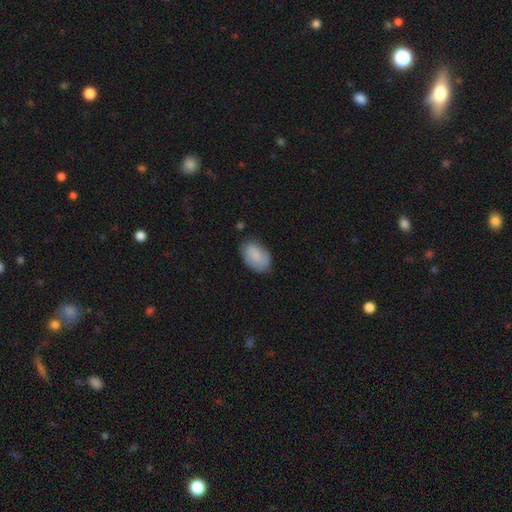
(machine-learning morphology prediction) smooth 74%, featured or disk 18%, star or artifact 7%. Down the decision tree: how rounded — in between (88%); merging — none (72%).